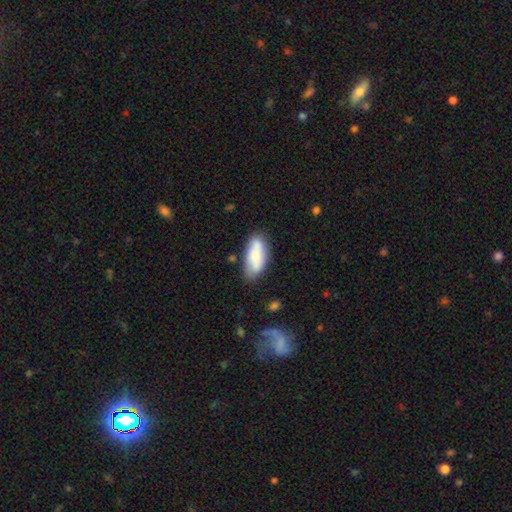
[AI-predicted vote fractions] Smooth or featured?
  - smooth: 74% *
  - featured or disk: 19%
  - star or artifact: 6%
How rounded?
  - in between: 82% *
  - cigar-shaped: 16%
  - round: 2%
Merging?
  - none: 69% *
  - minor disturbance: 21%
  - merger: 5%
  - major disturbance: 5%